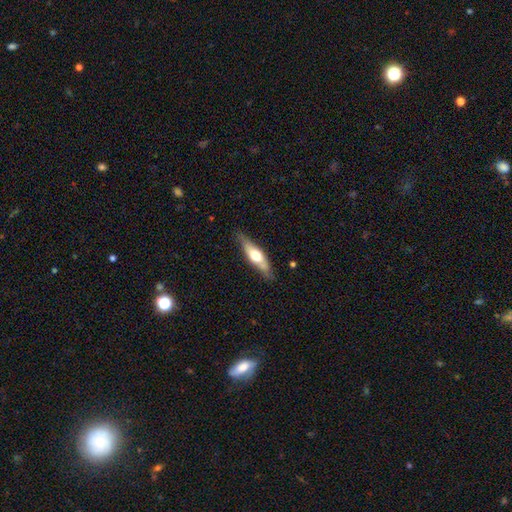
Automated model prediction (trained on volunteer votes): Smooth or featured? featured or disk (51%)
Edge-on disk? yes (85%)
Merging? none (78%)